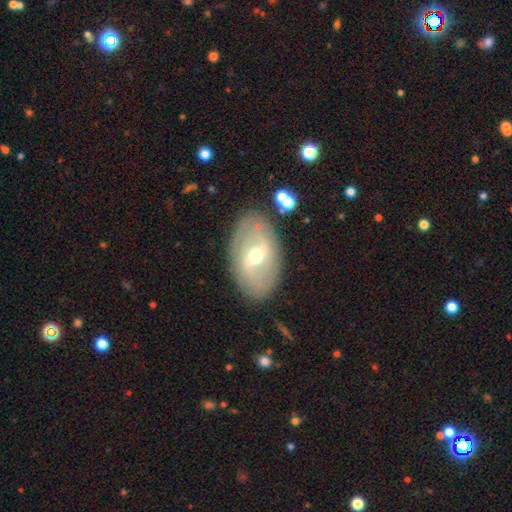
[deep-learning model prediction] The model was most divided on "spiral arms": no: 57%, yes: 43%. Remaining: edge-on disk — no (91%); merging — none (82%); bulge size — moderate (71%); smooth or featured — featured or disk (65%); bar — weak (49%).